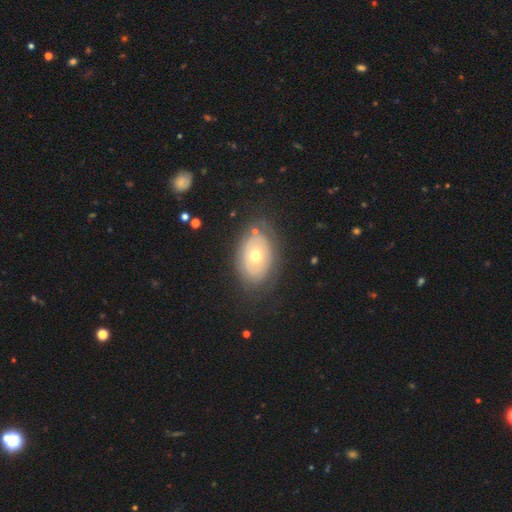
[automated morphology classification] smooth_or_featured: featured or disk (p=0.54) [alt: smooth p=0.39]
disk_edge_on: no (p=0.92) [alt: yes p=0.08]
bar: no (p=0.91) [alt: weak p=0.07]
has_spiral_arms: no (p=0.72) [alt: yes p=0.28]
bulge_size: moderate (p=0.71) [alt: small p=0.22]
merging: none (p=0.74) [alt: minor disturbance p=0.17]